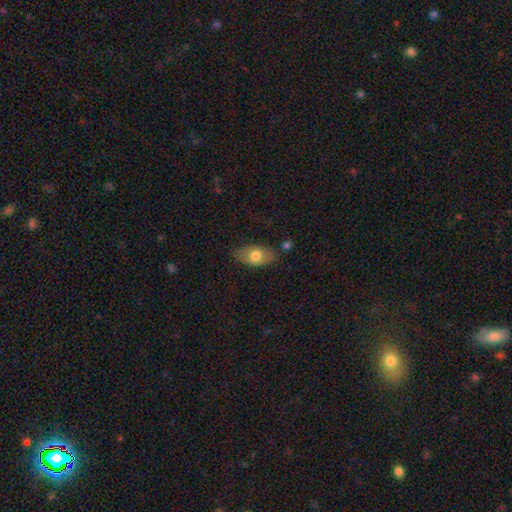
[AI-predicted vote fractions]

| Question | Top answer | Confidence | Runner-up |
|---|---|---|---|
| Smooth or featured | smooth | 71% | featured or disk (23%) |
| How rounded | in between | 90% | round (6%) |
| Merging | none | 76% | minor disturbance (17%) |